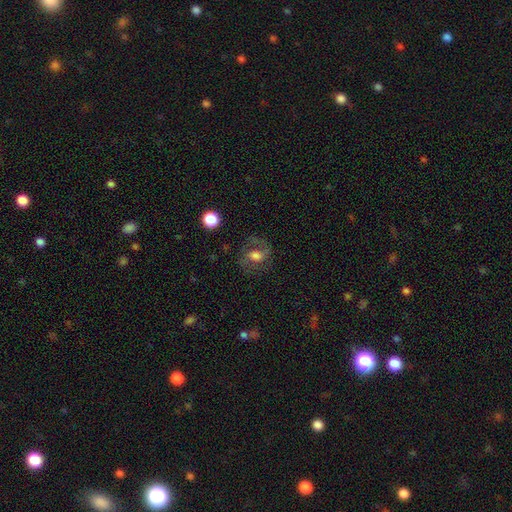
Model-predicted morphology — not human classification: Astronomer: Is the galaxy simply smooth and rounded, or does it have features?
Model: featured or disk — 47% (runner-up: smooth, 41%).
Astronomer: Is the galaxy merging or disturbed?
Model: none — 63%.